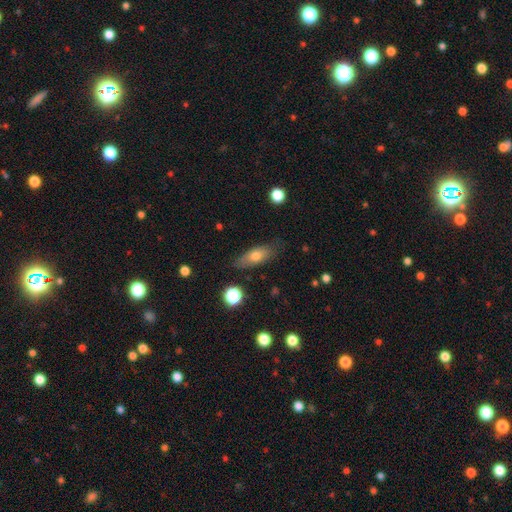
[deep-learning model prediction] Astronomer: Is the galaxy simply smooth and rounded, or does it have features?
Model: smooth — 68%.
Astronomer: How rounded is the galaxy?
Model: in between — 69%.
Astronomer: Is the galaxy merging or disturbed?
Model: none — 76%.